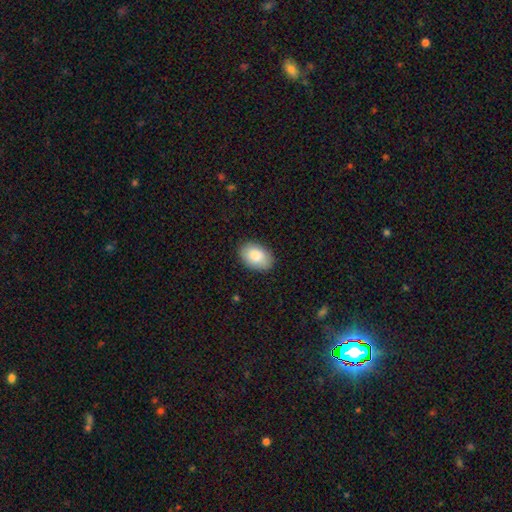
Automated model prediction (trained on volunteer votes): This appears to be a smooth galaxy with no disk features (88%) that is in between round and cigar-shaped (89%). Merging: none (86%).